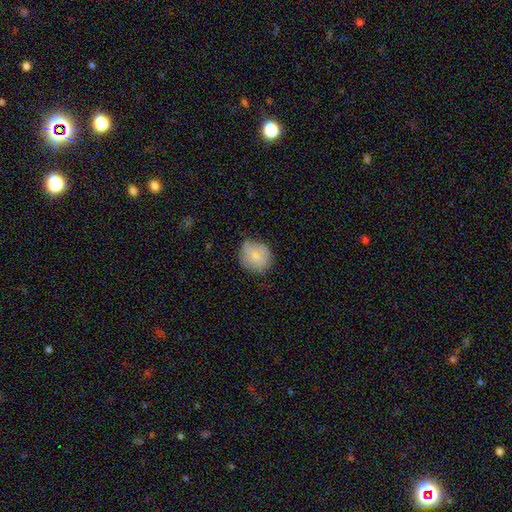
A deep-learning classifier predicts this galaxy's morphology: smooth_or_featured: smooth (p=0.75) [alt: featured or disk p=0.18]
how_rounded: round (p=0.73) [alt: in between p=0.26]
merging: none (p=0.59) [alt: minor disturbance p=0.32]